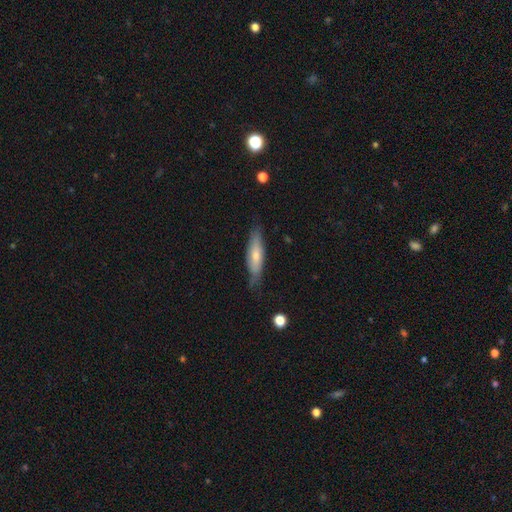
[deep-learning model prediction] This appears to be a smooth galaxy with no disk features (61%) that is cigar-shaped (67%). Merging: none (72%).